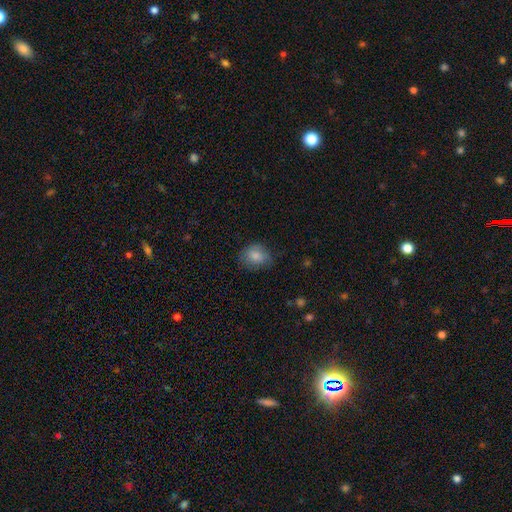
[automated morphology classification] A smooth galaxy with no disk features (82%) that is round (53%).

Vote fractions:
- Smooth or featured? smooth: 82% / featured or disk: 10% / star or artifact: 8%
- How rounded? round: 53% / in between: 46% / cigar-shaped: 1%
- Merging? none: 67% / minor disturbance: 25% / major disturbance: 7% / merger: 1%